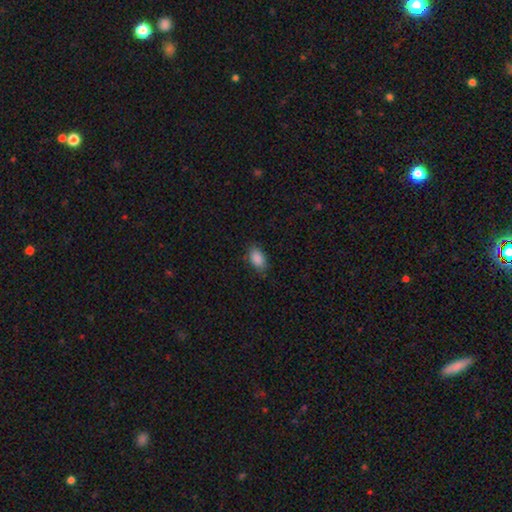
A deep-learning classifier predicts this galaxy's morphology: This appears to be a smooth galaxy with no disk features (88%) that is in between round and cigar-shaped (91%). Merging: none (81%).